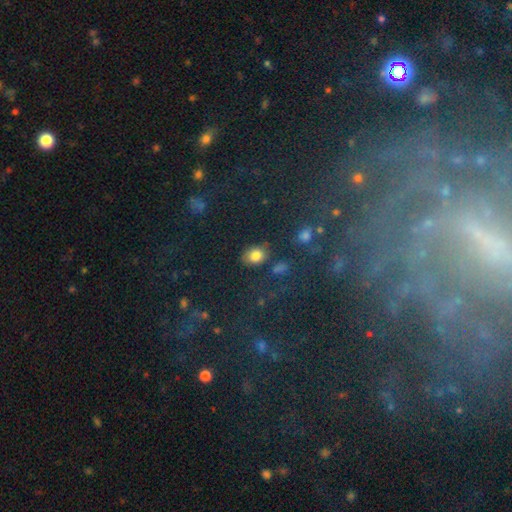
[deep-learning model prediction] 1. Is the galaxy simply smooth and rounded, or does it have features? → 79% smooth, 14% star or artifact, 7% featured or disk.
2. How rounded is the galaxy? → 54% in between, 45% round, 1% cigar-shaped.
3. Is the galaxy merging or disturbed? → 77% none, 14% minor disturbance, 5% merger, 5% major disturbance.